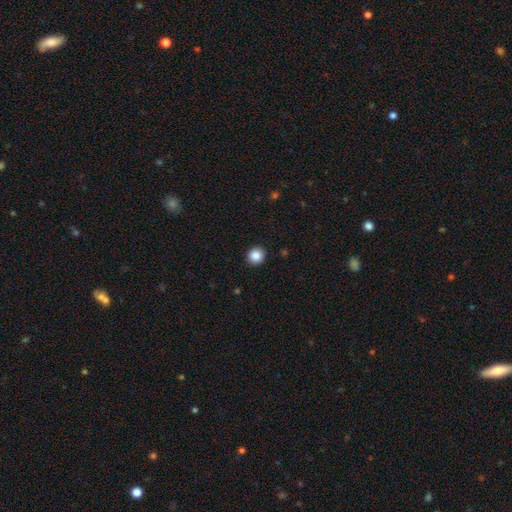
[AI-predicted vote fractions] Morphology: type=smooth (87%); roundness=round (91%); merging=none (92%).